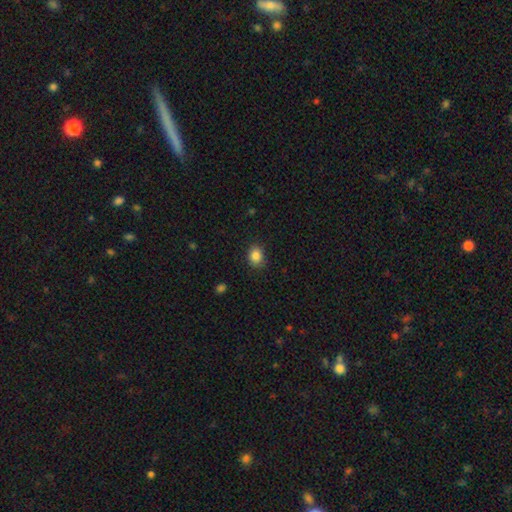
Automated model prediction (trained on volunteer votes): smooth 86%, star or artifact 10%, featured or disk 4%. Down the decision tree: how rounded — round (55%); merging — none (85%).